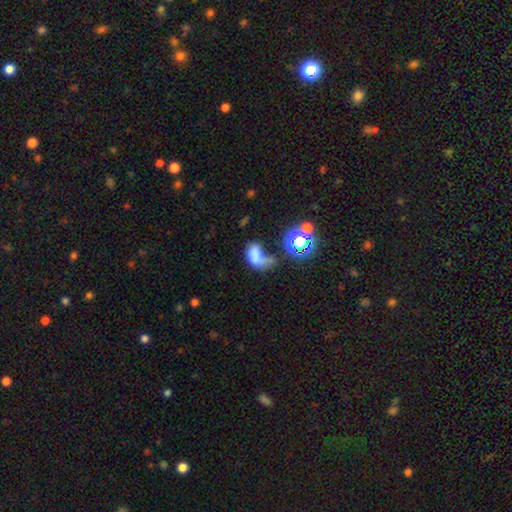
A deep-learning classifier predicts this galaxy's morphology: type=smooth (56%); roundness=in between (82%); merging=merger (35%).